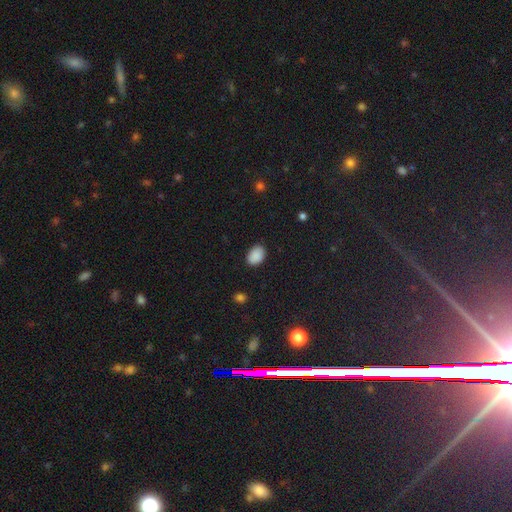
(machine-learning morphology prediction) Smooth or featured: smooth — 89% (star or artifact — 8%)
How rounded: in between — 81% (round — 18%)
Merging: none — 85% (minor disturbance — 11%)